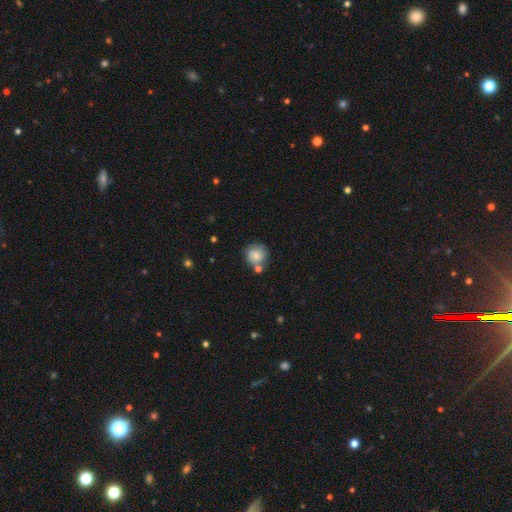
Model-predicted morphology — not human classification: Overall: smooth (73%). How rounded: round (86%). Merging: none (57%; merger 19%).